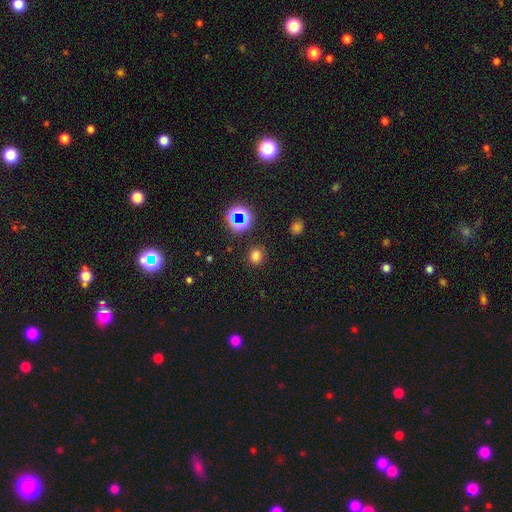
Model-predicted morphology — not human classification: Smooth or featured?
  - smooth: 73% *
  - star or artifact: 21%
  - featured or disk: 6%
How rounded?
  - round: 81% *
  - in between: 18%
  - cigar-shaped: 1%
Merging?
  - none: 89% *
  - minor disturbance: 7%
  - major disturbance: 3%
  - merger: 2%